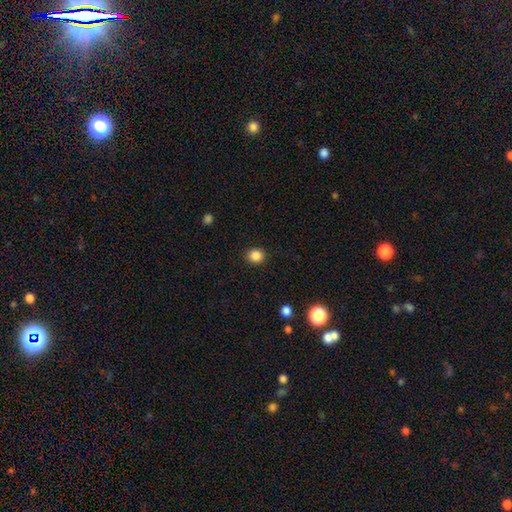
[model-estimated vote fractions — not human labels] Morphology: type=smooth (86%); roundness=round (83%); merging=none (91%).